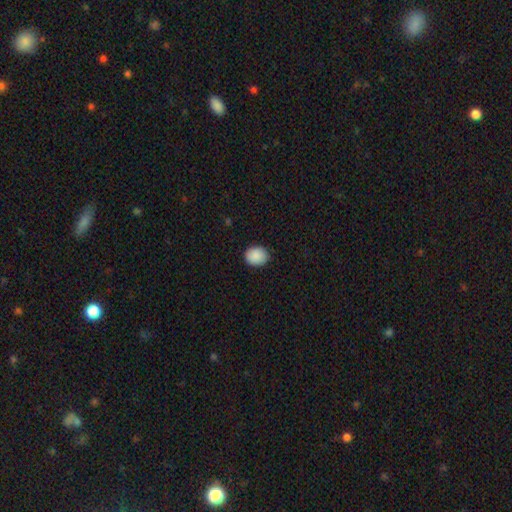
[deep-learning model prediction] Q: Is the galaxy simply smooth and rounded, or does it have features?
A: smooth — 90%.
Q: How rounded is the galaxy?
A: round — 59%.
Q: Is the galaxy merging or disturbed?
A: none — 88%.